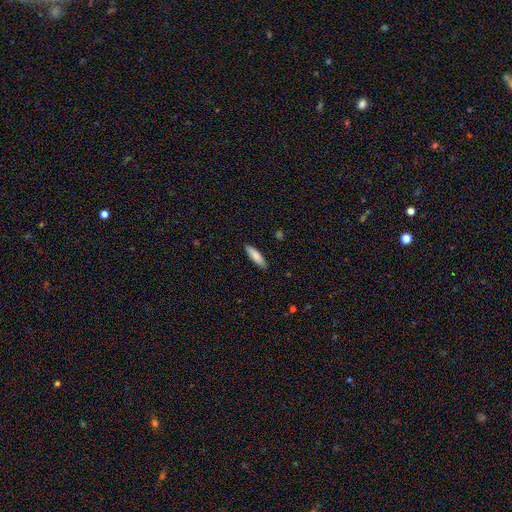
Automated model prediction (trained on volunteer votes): smooth_or_featured: smooth (p=0.79) [alt: featured or disk p=0.15]
how_rounded: cigar-shaped (p=0.61) [alt: in between p=0.38]
merging: none (p=0.88) [alt: minor disturbance p=0.09]